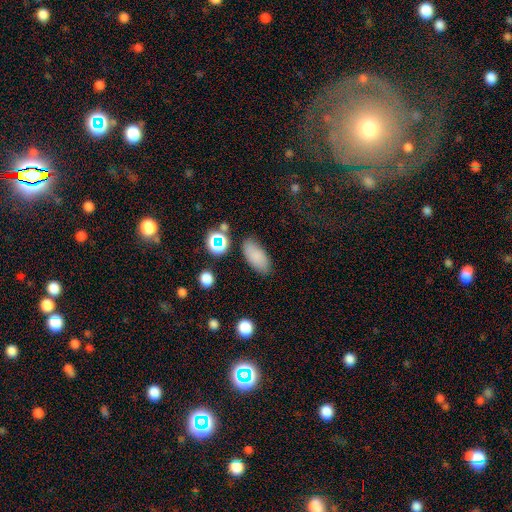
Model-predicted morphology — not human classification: A smooth galaxy with no disk features (81%) that is in between round and cigar-shaped (90%). Merging: none (79%).